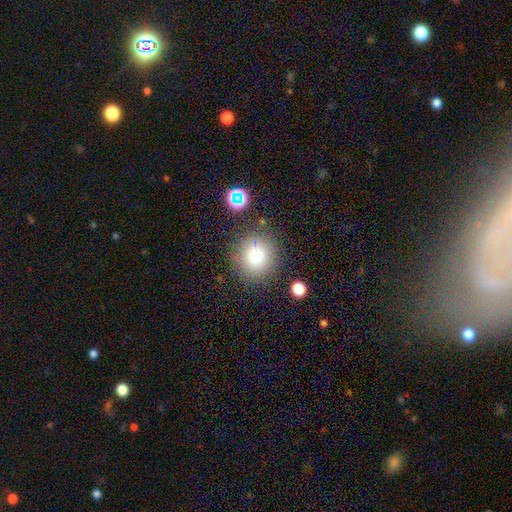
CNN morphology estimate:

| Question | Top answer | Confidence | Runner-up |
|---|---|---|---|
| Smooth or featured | smooth | 82% | star or artifact (12%) |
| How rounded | round | 90% | in between (9%) |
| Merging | none | 82% | minor disturbance (10%) |